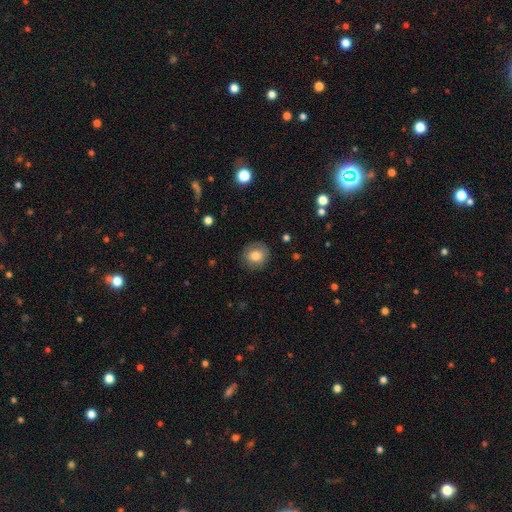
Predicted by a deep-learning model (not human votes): Morphology: type=smooth (77%); roundness=round (84%); merging=none (84%).